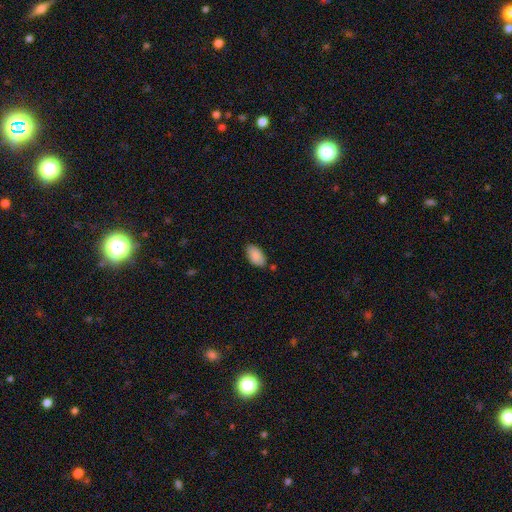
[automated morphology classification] Smooth or featured? smooth (89%)
How rounded? in between (95%)
Merging? none (80%)